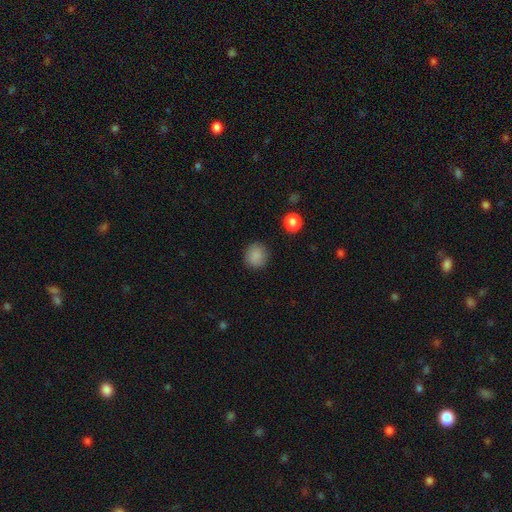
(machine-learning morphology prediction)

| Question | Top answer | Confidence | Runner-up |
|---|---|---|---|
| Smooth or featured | smooth | 87% | star or artifact (10%) |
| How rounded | round | 88% | in between (11%) |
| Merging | none | 87% | minor disturbance (9%) |